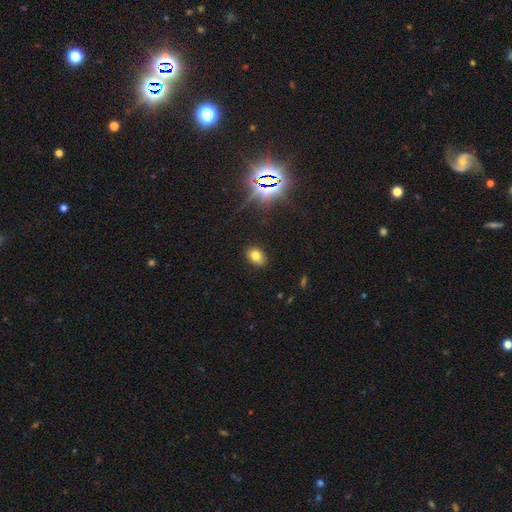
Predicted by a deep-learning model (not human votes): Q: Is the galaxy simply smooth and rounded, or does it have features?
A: smooth — 74%.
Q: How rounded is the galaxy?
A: in between — 75%.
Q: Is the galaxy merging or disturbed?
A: none — 86%.